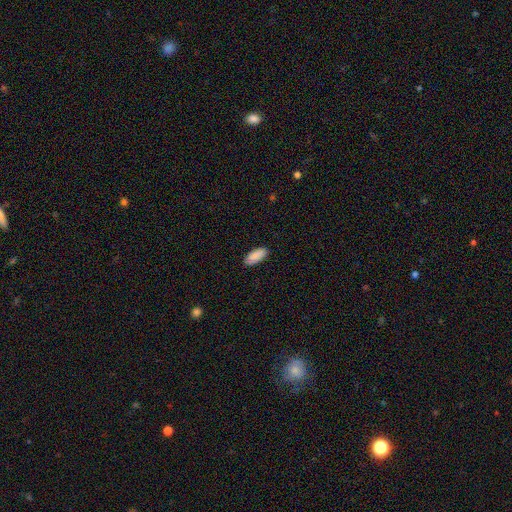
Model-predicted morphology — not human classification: A smooth galaxy with no disk features (90%) that is in between round and cigar-shaped (83%).

Vote fractions:
- Smooth or featured? smooth: 90% / star or artifact: 6% / featured or disk: 4%
- How rounded? in between: 83% / cigar-shaped: 15% / round: 2%
- Merging? none: 89% / minor disturbance: 9% / major disturbance: 2% / merger: 1%